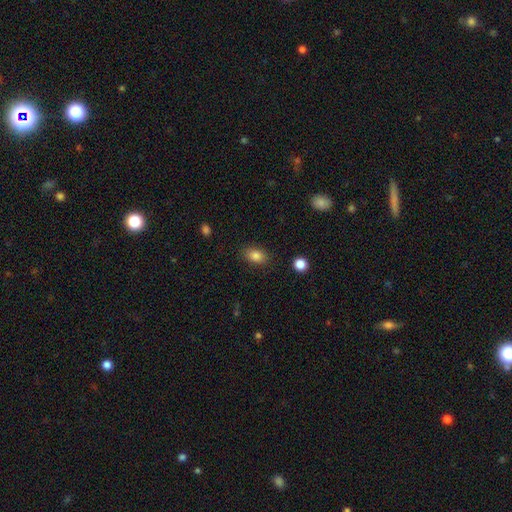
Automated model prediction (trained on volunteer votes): Smooth or featured: smooth — 84% (star or artifact — 9%)
How rounded: in between — 82% (round — 16%)
Merging: none — 85% (minor disturbance — 10%)